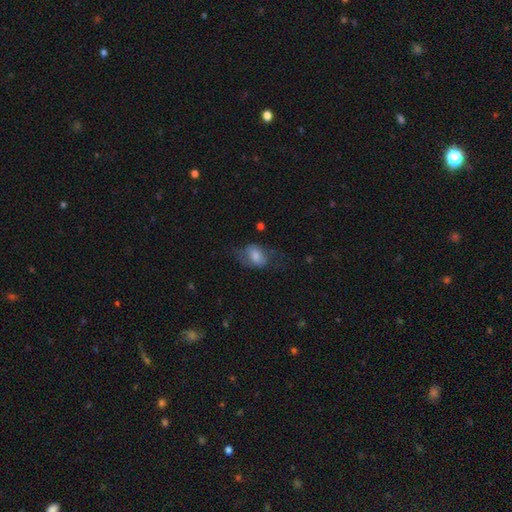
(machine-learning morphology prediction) This appears to be a smooth galaxy with no disk features (65%) that is in between round and cigar-shaped (76%). Merging: none (43%).